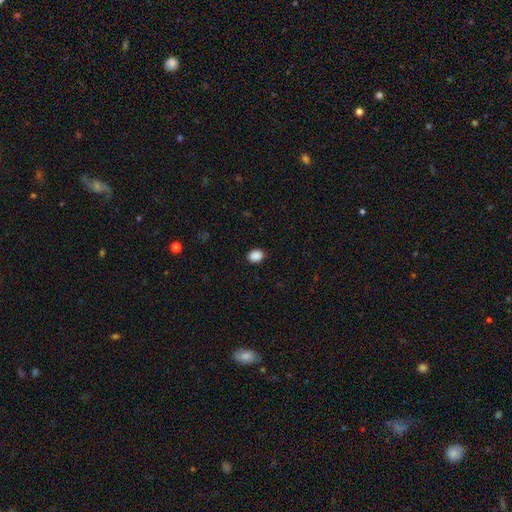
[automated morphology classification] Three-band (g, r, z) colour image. It shows a smooth galaxy with no disk features (89%) that is in between round and cigar-shaped (57%). Merging: none (89%).